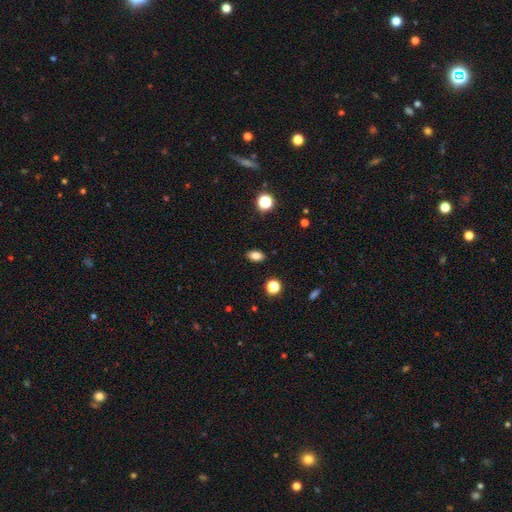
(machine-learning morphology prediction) This appears to be a smooth galaxy with no disk features (81%) that is in between round and cigar-shaped (85%). Merging: none (89%).